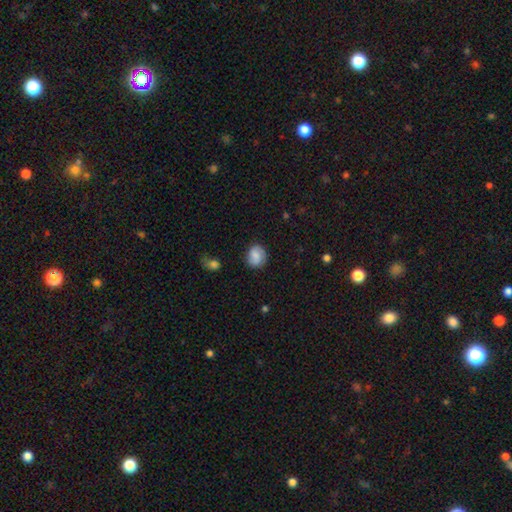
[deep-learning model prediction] smooth_or_featured: smooth (p=0.72) [alt: featured or disk p=0.19]
how_rounded: round (p=0.69) [alt: in between p=0.30]
merging: none (p=0.79) [alt: minor disturbance p=0.15]